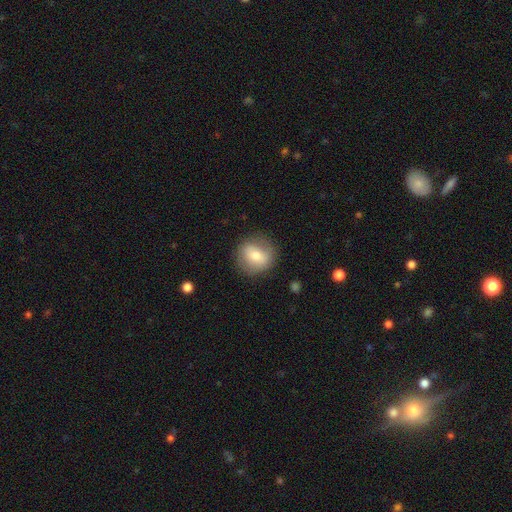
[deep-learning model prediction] Q: Smooth or featured?
A: smooth (69%); runner-up: featured or disk (23%)
Q: How rounded?
A: round (85%); runner-up: in between (14%)
Q: Merging?
A: none (82%); runner-up: minor disturbance (12%)